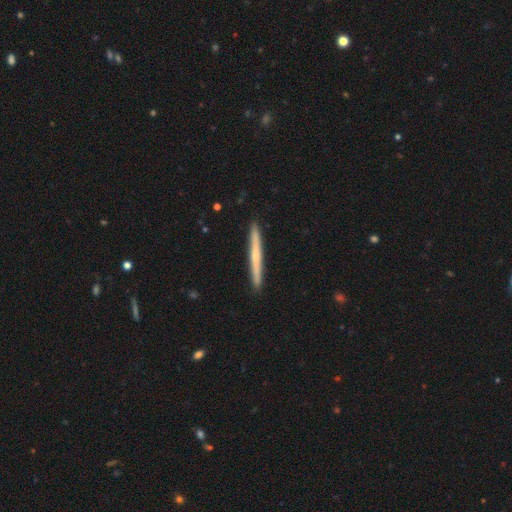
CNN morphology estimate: The model was most divided on "smooth or featured": featured or disk: 51%, smooth: 44%, star or artifact: 6%. More confident: edge-on disk — yes (97%); merging — none (92%).